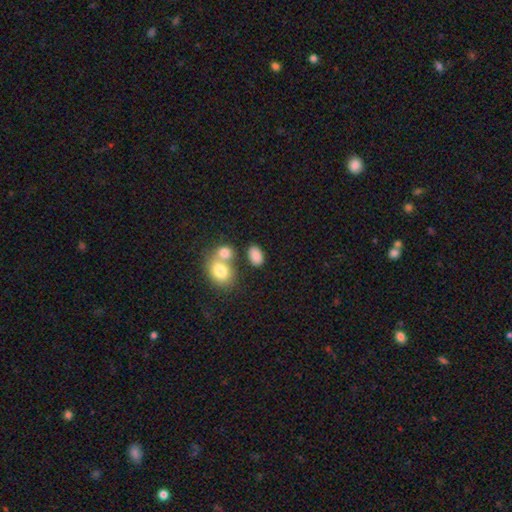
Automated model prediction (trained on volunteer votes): Smooth or featured: smooth — 84% (star or artifact — 10%)
How rounded: in between — 85% (round — 14%)
Merging: none — 63% (merger — 21%)